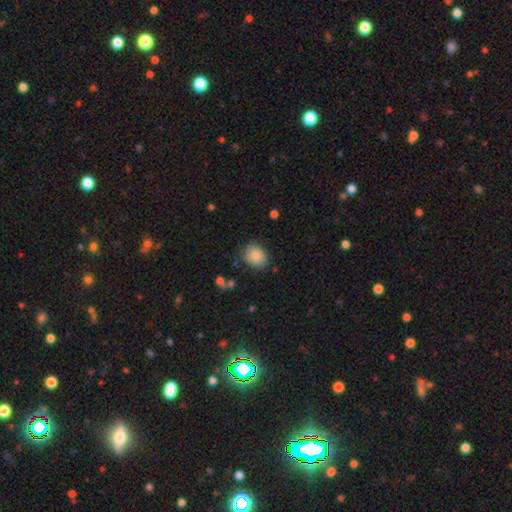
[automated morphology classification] Overall: smooth (82%). How rounded: in between (54%; round 45%). Merging: none (75%).